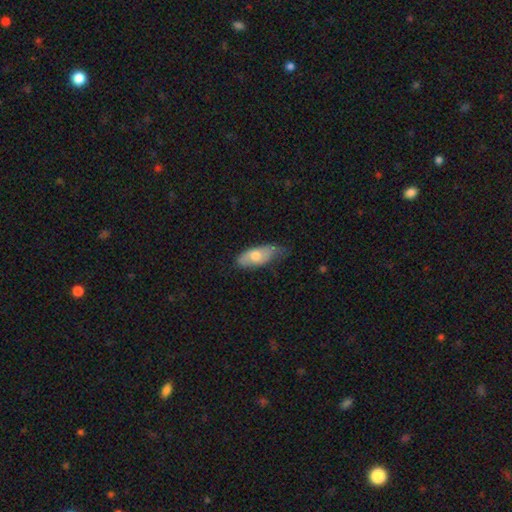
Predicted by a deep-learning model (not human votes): This is likely a smooth galaxy (65%). How rounded: clearly in between (82%). Merging: possibly none (51%).